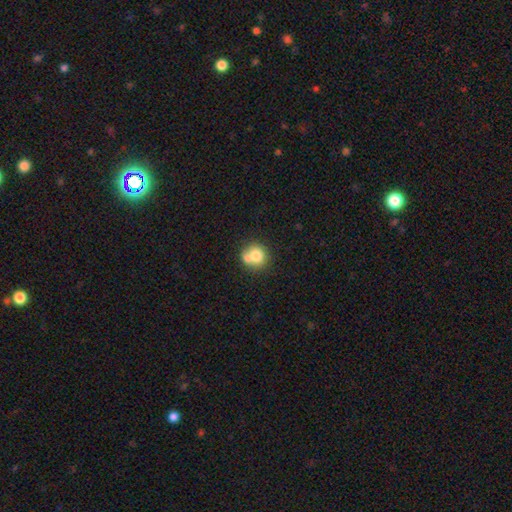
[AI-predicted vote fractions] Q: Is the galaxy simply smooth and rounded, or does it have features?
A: smooth — 75%.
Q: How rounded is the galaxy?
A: round — 84%.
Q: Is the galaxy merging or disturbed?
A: none — 47%.